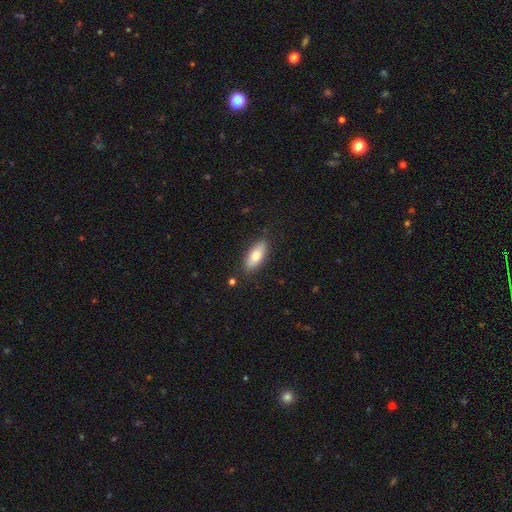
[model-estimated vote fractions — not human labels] This appears to be a smooth galaxy with no disk features (74%) that is in between round and cigar-shaped (80%). Merging: none (84%).